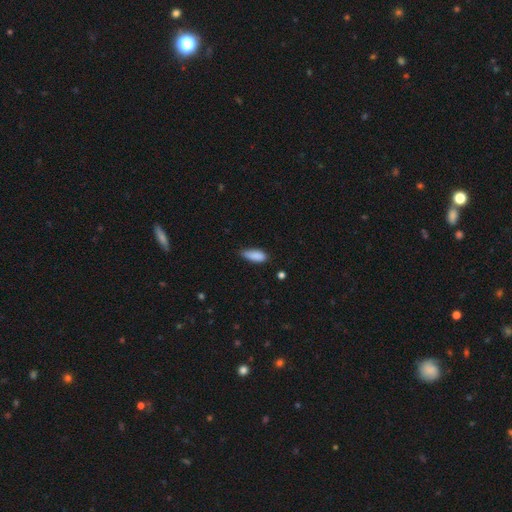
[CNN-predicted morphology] Q: Smooth or featured?
A: smooth (87%); runner-up: star or artifact (7%)
Q: How rounded?
A: in between (74%); runner-up: cigar-shaped (24%)
Q: Merging?
A: none (61%); runner-up: minor disturbance (33%)